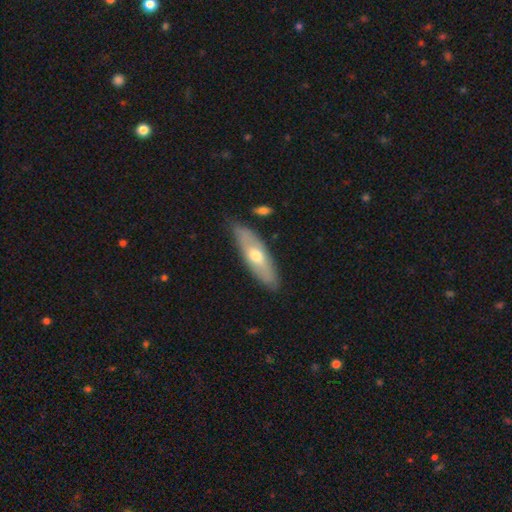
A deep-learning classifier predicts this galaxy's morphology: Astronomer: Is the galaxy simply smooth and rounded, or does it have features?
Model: smooth — 53% (runner-up: featured or disk, 42%).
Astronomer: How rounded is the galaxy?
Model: in between — 50% (runner-up: cigar-shaped, 48%).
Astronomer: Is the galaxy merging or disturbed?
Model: none — 80%.